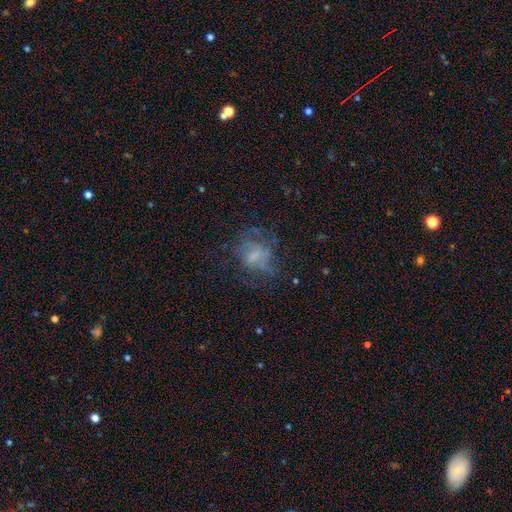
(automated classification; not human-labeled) This appears to be a featured or disk galaxy (50%). Merging: none (47%).